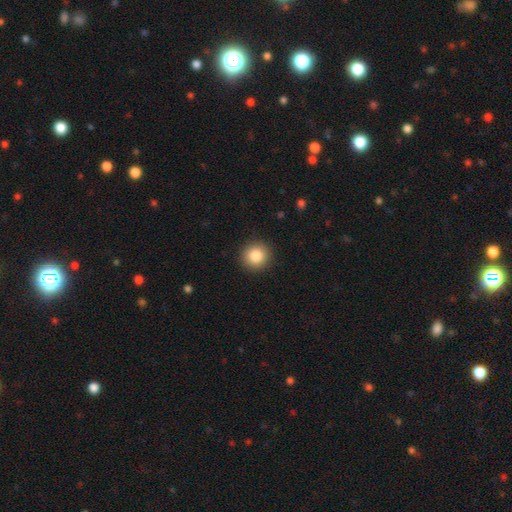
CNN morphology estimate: Overall: smooth (85%). How rounded: round (93%). Merging: none (92%).